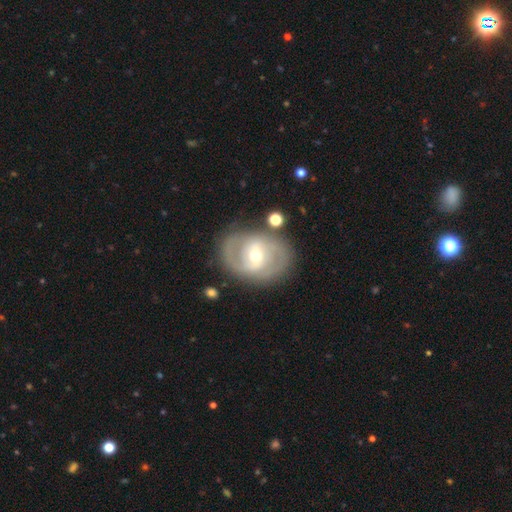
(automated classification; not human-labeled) featured or disk 75%, smooth 19%, star or artifact 6%. Down the decision tree: edge-on disk — no (96%); bar — weak (44%); spiral arms — yes (78%); spiral arm count — 2 (74%); spiral winding — medium (44%); bulge size — moderate (55%); merging — none (75%).